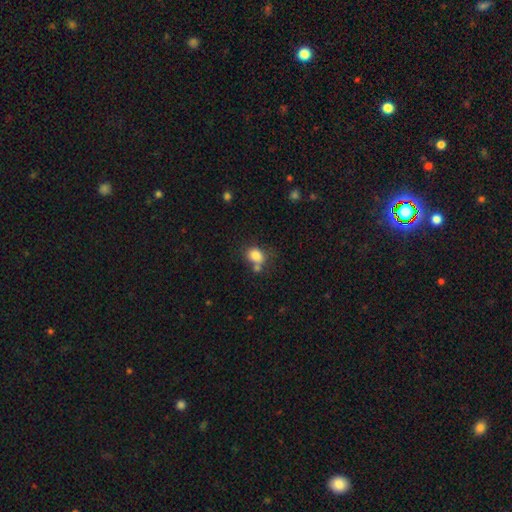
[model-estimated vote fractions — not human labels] The model was most divided on "how rounded": in between: 50%, round: 49%, cigar-shaped: 1%. More confident: smooth or featured — smooth (82%); merging — none (53%).